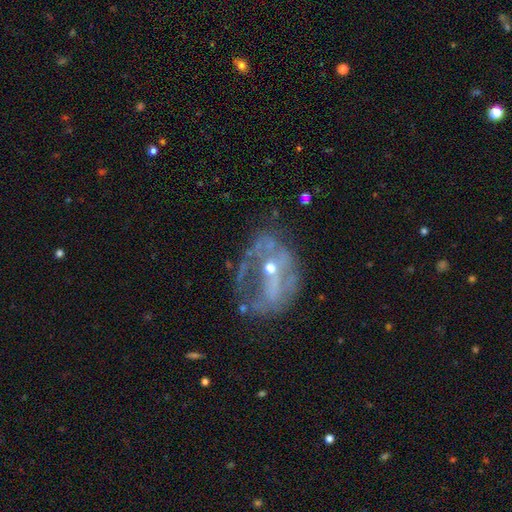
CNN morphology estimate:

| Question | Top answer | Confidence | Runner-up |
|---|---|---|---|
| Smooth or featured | featured or disk | 71% | star or artifact (15%) |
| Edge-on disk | no | 95% | yes (5%) |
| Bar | no | 42% | weak (33%) |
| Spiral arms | yes | 54% | no (46%) |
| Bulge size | small | 60% | moderate (31%) |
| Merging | none | 43% | major disturbance (33%) |